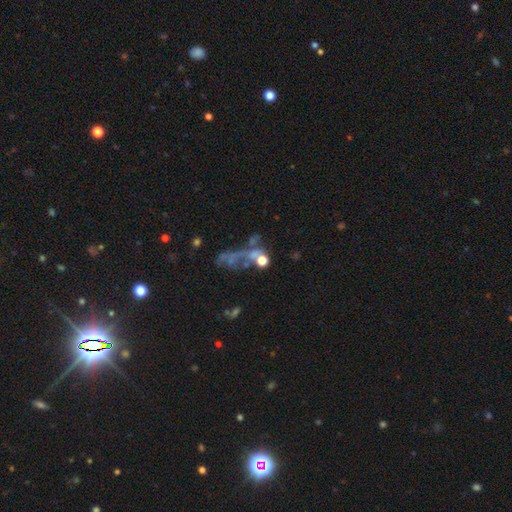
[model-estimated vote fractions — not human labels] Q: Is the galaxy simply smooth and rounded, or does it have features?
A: star or artifact — 38%.